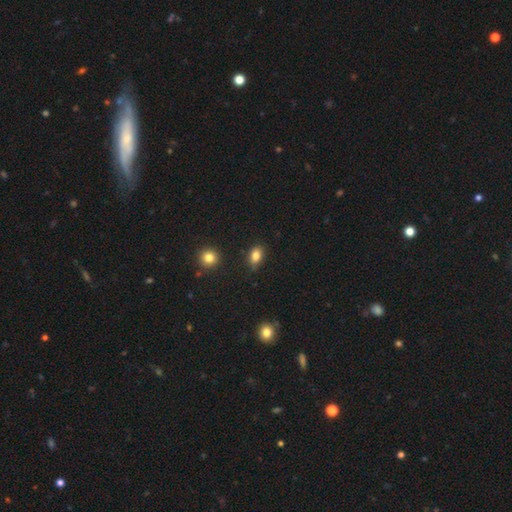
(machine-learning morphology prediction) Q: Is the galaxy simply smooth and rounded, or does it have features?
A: smooth — 83%.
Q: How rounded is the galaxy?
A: in between — 81%.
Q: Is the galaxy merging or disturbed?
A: none — 79%.